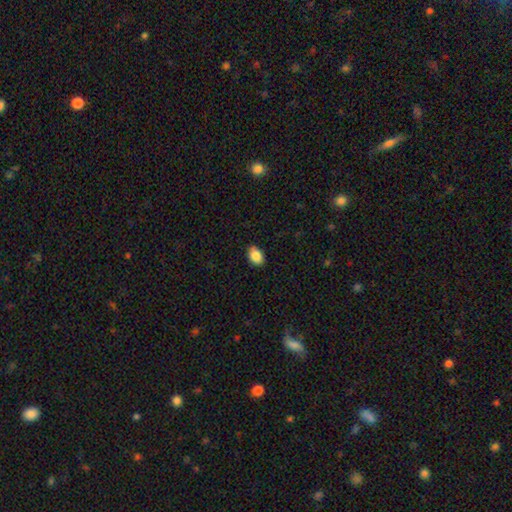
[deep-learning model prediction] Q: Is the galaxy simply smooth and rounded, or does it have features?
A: smooth — 89%.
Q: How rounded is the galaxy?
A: in between — 81%.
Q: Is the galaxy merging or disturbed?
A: none — 87%.